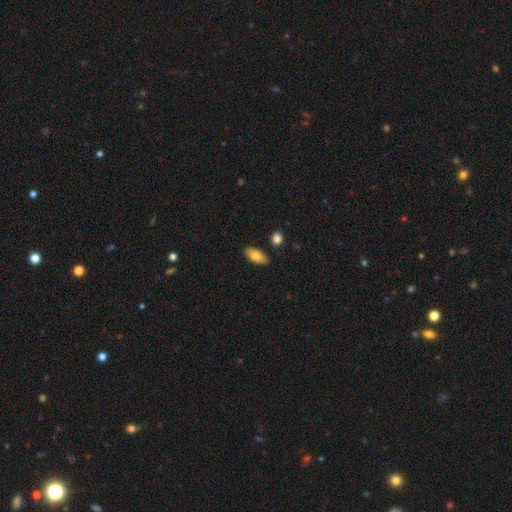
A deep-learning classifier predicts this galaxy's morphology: Smooth or featured? smooth (77%)
How rounded? in between (91%)
Merging? none (85%)